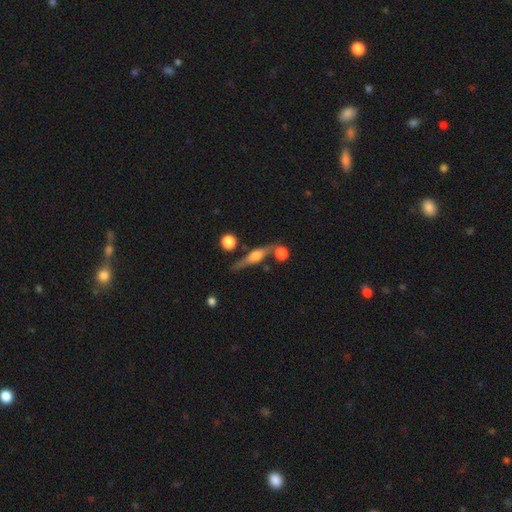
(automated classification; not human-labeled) Smooth or featured?
  - featured or disk: 73% *
  - smooth: 20%
  - star or artifact: 7%
Edge-on disk?
  - yes: 95% *
  - no: 5%
Edge-on bulge?
  - rounded: 90% *
  - boxy: 8%
  - none: 2%
Merging?
  - none: 73% *
  - minor disturbance: 13%
  - merger: 10%
  - major disturbance: 4%